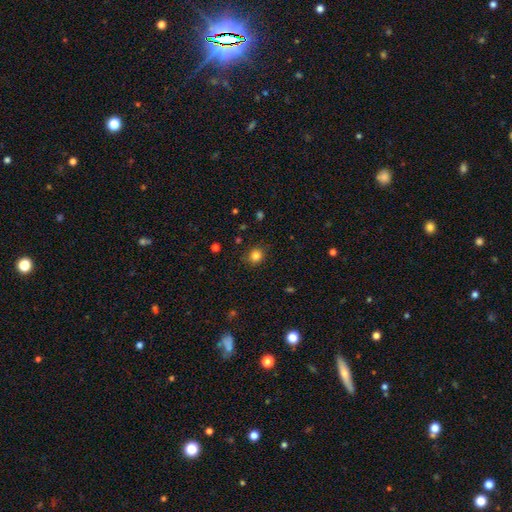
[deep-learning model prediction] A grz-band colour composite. It shows a smooth galaxy with no disk features (83%) that is round (78%). Merging: none (86%).